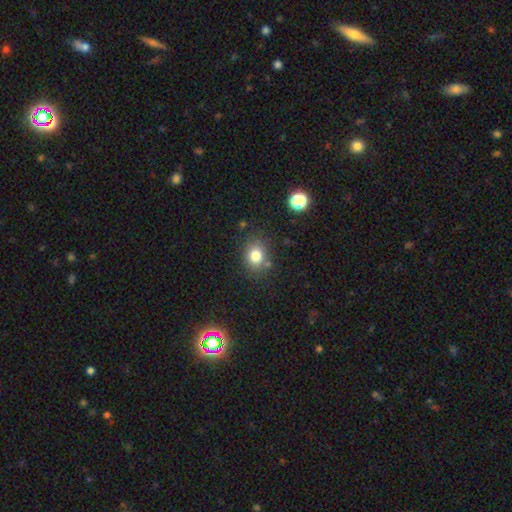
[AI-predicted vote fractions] Smooth or featured? smooth (80%)
How rounded? round (53%)
Merging? none (77%)